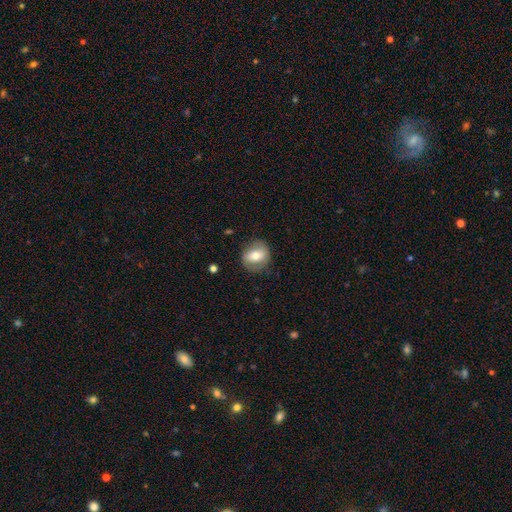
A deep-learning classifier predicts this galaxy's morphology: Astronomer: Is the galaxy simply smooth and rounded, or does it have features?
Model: smooth — 58% (runner-up: featured or disk, 35%).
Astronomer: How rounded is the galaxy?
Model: round — 65%.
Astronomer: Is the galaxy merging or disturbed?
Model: none — 80%.